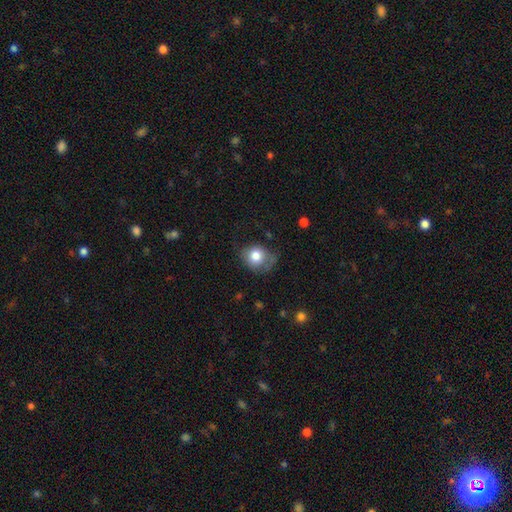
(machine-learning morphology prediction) A smooth galaxy with no disk features (79%) that is round (70%).

Vote fractions:
- Smooth or featured? smooth: 79% / featured or disk: 12% / star or artifact: 9%
- How rounded? round: 70% / in between: 29% / cigar-shaped: 1%
- Merging? none: 53% / minor disturbance: 31% / major disturbance: 13% / merger: 2%